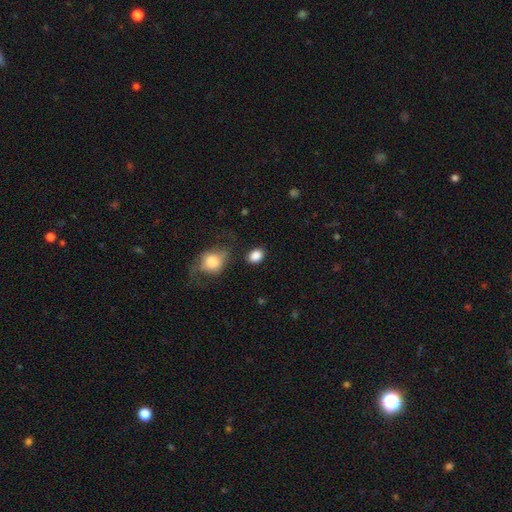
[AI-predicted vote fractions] The model was most divided on "how rounded": in between: 66%, round: 33%, cigar-shaped: 1%. More confident: smooth or featured — smooth (87%); merging — none (80%).